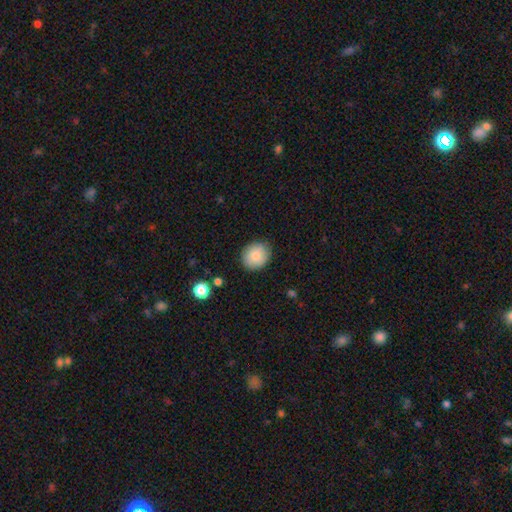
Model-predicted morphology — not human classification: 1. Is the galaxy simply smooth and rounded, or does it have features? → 83% smooth, 9% featured or disk, 8% star or artifact.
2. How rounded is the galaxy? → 69% round, 30% in between, 1% cigar-shaped.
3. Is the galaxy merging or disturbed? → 86% none, 11% minor disturbance, 2% major disturbance, 1% merger.